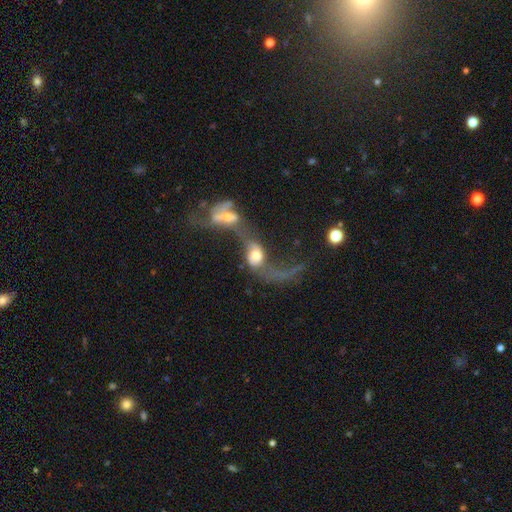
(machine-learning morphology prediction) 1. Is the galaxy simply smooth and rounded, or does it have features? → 56% featured or disk, 34% smooth, 10% star or artifact.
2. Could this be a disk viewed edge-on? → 93% no, 7% yes.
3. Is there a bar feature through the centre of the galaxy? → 66% no, 25% weak, 9% strong.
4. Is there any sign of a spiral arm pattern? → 65% yes, 35% no.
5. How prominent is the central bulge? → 47% moderate, 27% large, 15% small, 5% dominant, 5% none.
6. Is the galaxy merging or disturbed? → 77% merger, 14% major disturbance, 6% none, 4% minor disturbance.